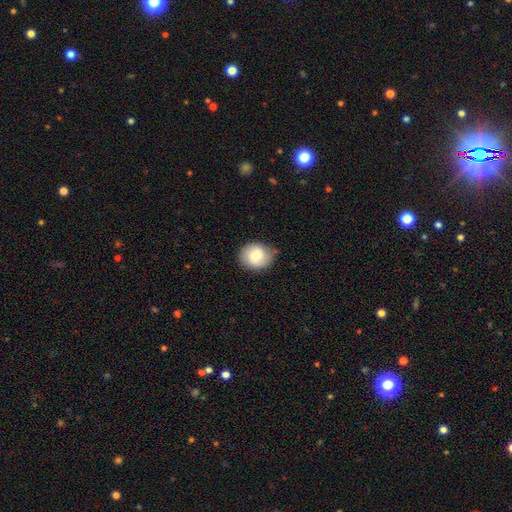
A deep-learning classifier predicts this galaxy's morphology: This appears to be a smooth galaxy with no disk features (77%) that is round (65%). Merging: none (81%).